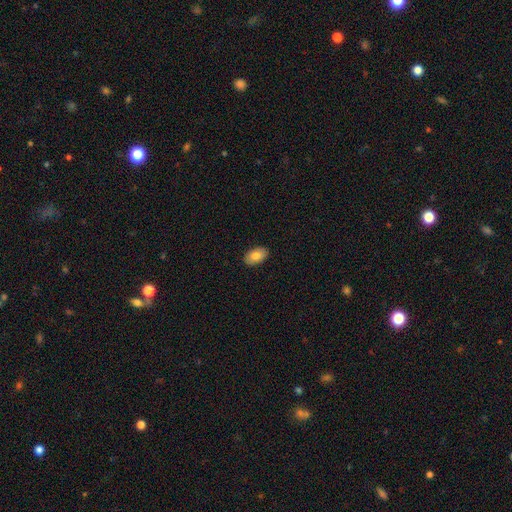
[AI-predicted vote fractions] This is clearly a smooth galaxy (82%). How rounded: clearly in between (93%). Merging: clearly none (89%).